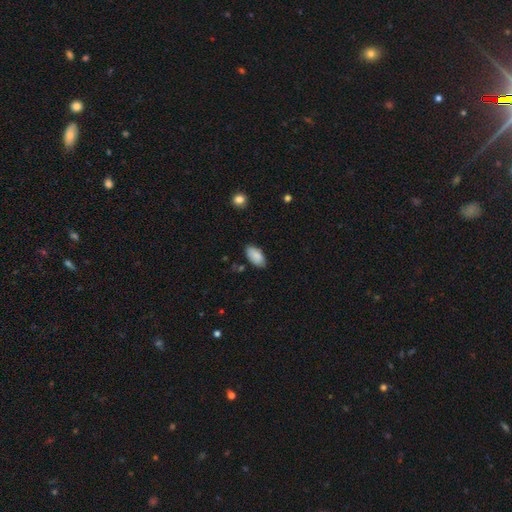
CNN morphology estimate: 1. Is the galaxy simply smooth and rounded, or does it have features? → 86% smooth, 7% featured or disk, 7% star or artifact.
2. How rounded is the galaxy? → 95% in between, 3% cigar-shaped, 2% round.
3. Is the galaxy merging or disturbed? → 82% none, 14% minor disturbance, 3% major disturbance, 2% merger.